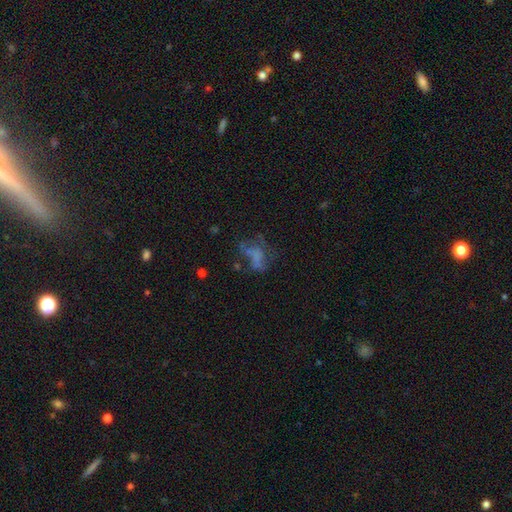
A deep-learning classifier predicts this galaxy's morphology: A featured or disk galaxy (41%).

Vote fractions:
- Smooth or featured? featured or disk: 41% / smooth: 37% / star or artifact: 21%
- Merging? major disturbance: 37% (tied) / none: 37% (tied) / minor disturbance: 19% / merger: 8%